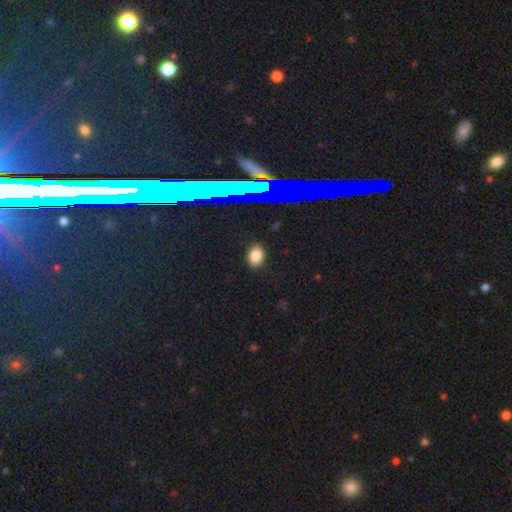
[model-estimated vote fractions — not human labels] smooth-or-featured: smooth: 81% | star or artifact: 12% | featured or disk: 7%
  how-rounded: in between: 77% | round: 21% | cigar-shaped: 1%
  merging: none: 85% | minor disturbance: 11% | major disturbance: 3% | merger: 1%